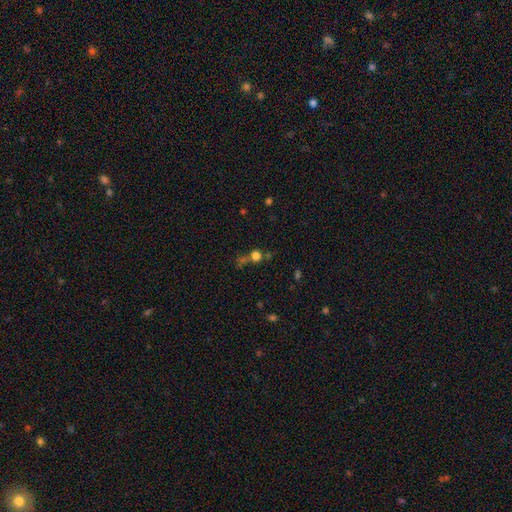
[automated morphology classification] A smooth galaxy with no disk features (65%) that is round (88%).

Vote fractions:
- Smooth or featured? smooth: 65% / star or artifact: 25% / featured or disk: 10%
- How rounded? round: 88% / in between: 11% / cigar-shaped: 2%
- Merging? none: 54% / merger: 29% / minor disturbance: 9% / major disturbance: 7%